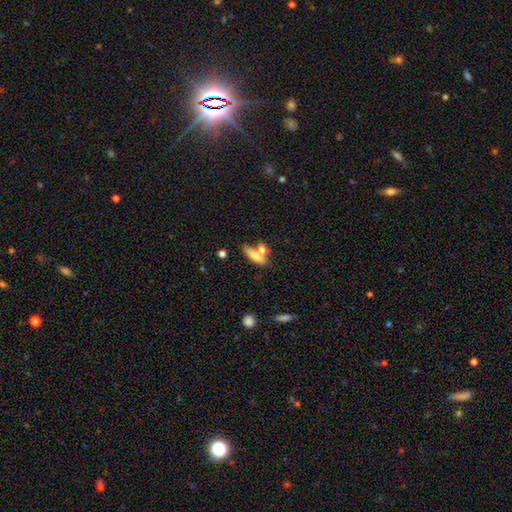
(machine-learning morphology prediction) type=smooth (71%); roundness=in between (48%, tied with cigar-shaped); merging=none (44%).